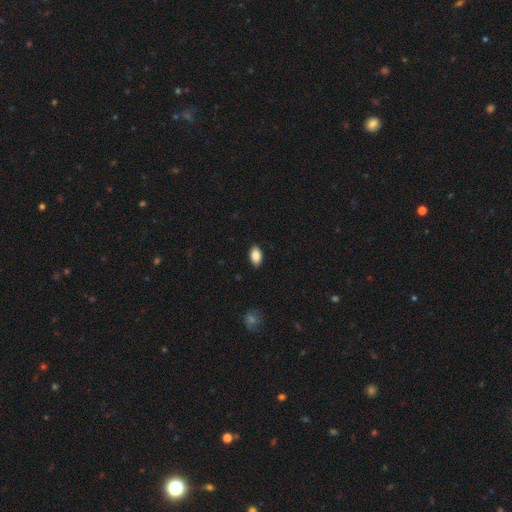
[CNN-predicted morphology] This appears to be a smooth galaxy with no disk features (87%) that is in between round and cigar-shaped (92%). Merging: none (89%).